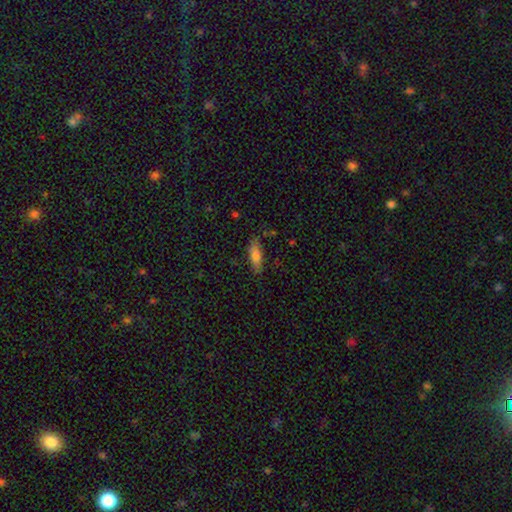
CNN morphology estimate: smooth 75%, featured or disk 17%, star or artifact 8%. Down the decision tree: how rounded — in between (62%); merging — none (77%).